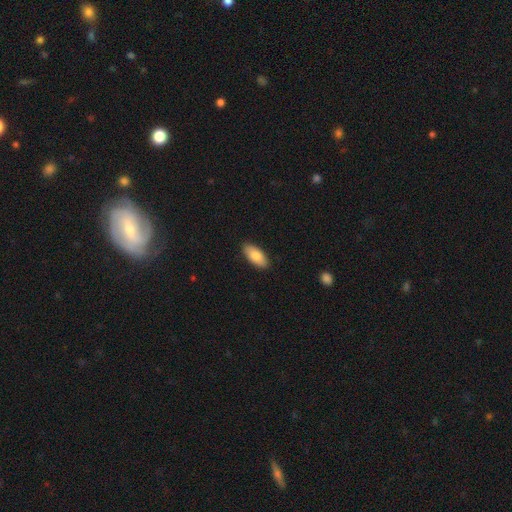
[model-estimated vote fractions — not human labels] This appears to be a smooth galaxy with no disk features (84%) that is in between round and cigar-shaped (89%). Merging: none (88%).